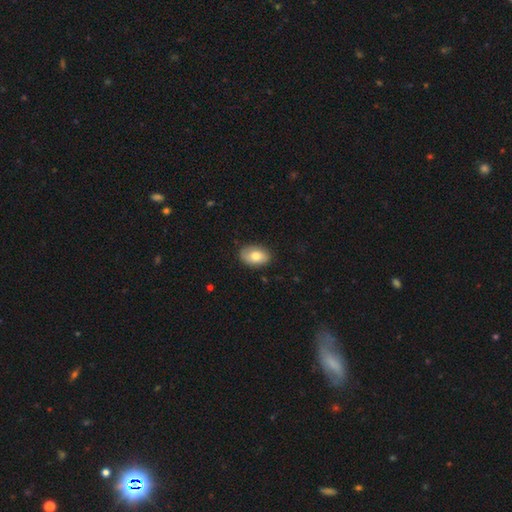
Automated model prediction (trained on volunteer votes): A smooth galaxy with no disk features (75%) that is in between round and cigar-shaped (87%). Merging: none (84%).